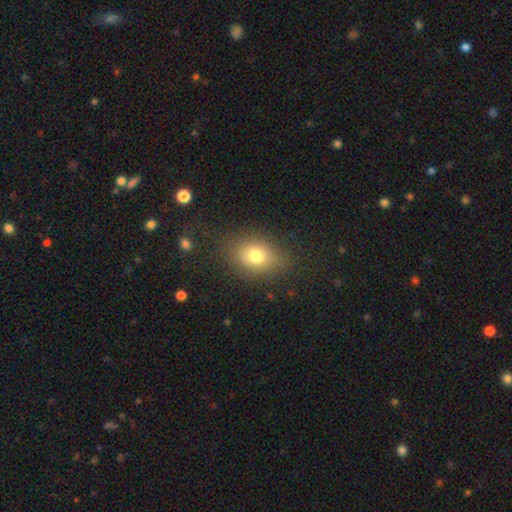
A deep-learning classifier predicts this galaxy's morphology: A smooth galaxy with no disk features (76%) that is in between round and cigar-shaped (64%). Merging: none (78%).